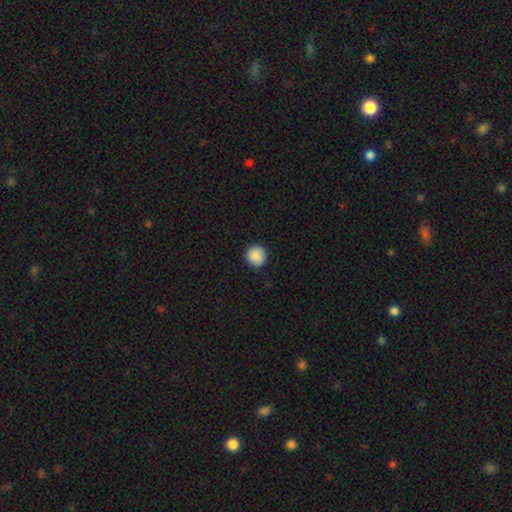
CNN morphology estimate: This appears to be a smooth galaxy with no disk features (89%) that is round (95%). Merging: none (91%).